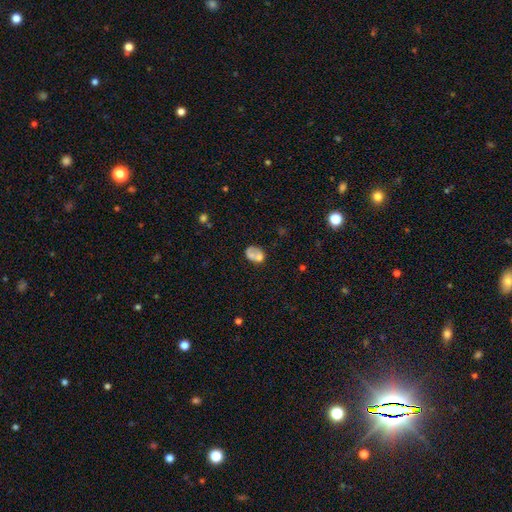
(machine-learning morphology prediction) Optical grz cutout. It shows a smooth galaxy with no disk features (58%) that is in between round and cigar-shaped (65%). Merging: none (38%).